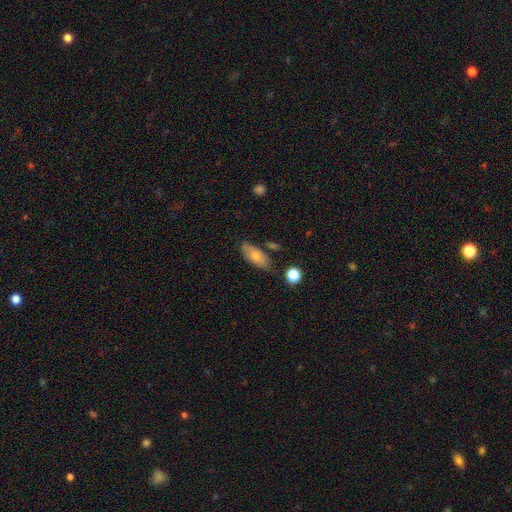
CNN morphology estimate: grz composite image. It shows a smooth galaxy with no disk features (65%) that is in between round and cigar-shaped (83%). Merging: none (75%).